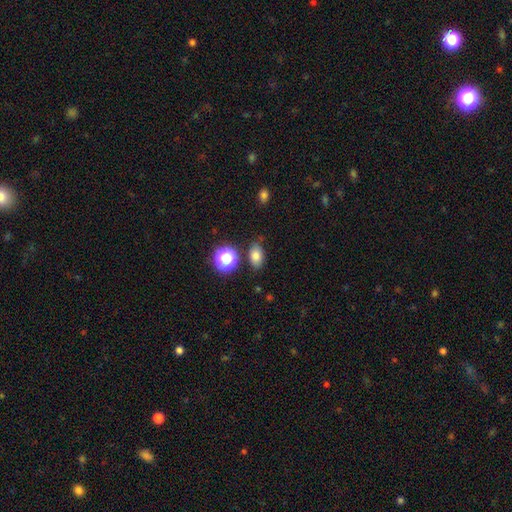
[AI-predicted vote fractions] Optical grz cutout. It shows a smooth galaxy with no disk features (78%) that is in between round and cigar-shaped (80%). Merging: none (78%).